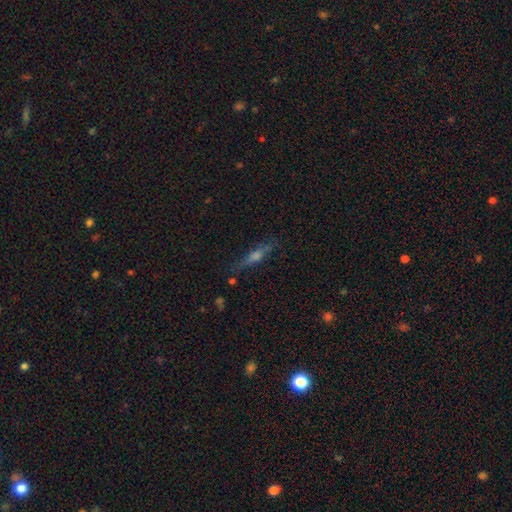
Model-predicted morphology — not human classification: Smooth or featured? featured or disk (62%)
Edge-on disk? yes (93%)
Edge-on bulge? rounded (82%)
Merging? none (81%)